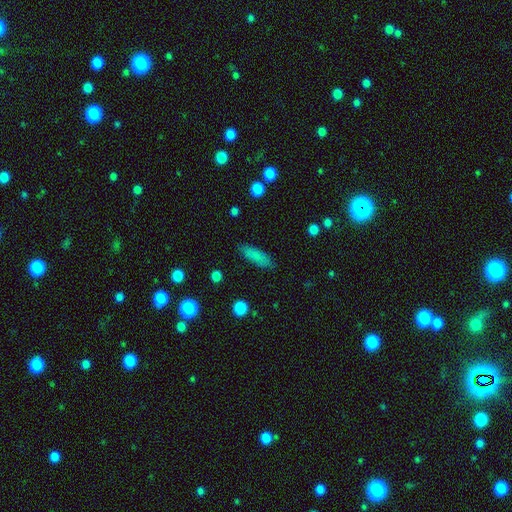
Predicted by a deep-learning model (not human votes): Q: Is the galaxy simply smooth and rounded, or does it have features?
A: smooth — 82%.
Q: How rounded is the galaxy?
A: cigar-shaped — 50%.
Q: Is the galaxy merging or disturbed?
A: none — 84%.